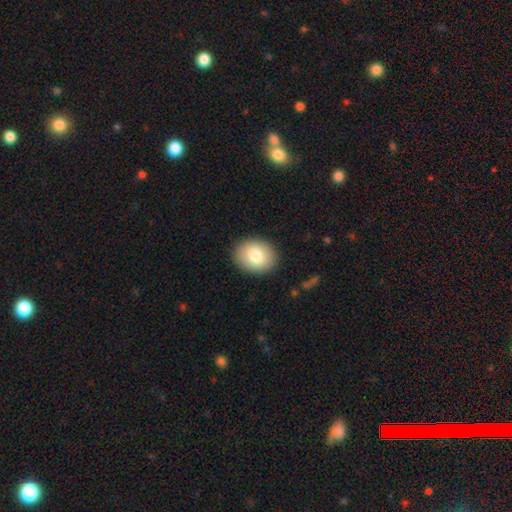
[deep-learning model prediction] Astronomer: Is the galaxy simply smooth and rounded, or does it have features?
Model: smooth — 80%.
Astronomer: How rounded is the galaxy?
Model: in between — 52% (runner-up: round, 47%).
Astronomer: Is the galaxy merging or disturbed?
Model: none — 88%.